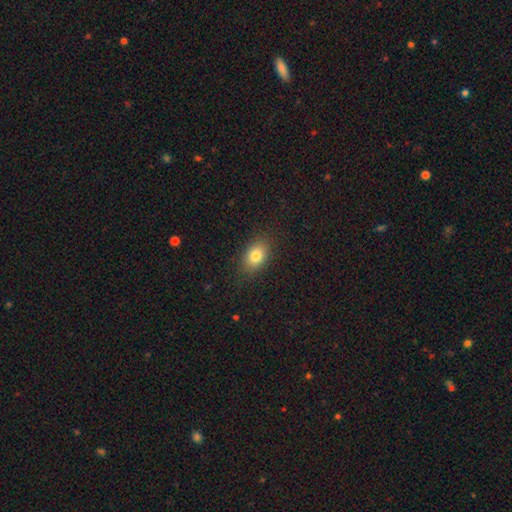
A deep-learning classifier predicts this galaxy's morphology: This is clearly a smooth galaxy (82%). How rounded: clearly in between (81%). Merging: clearly none (85%).